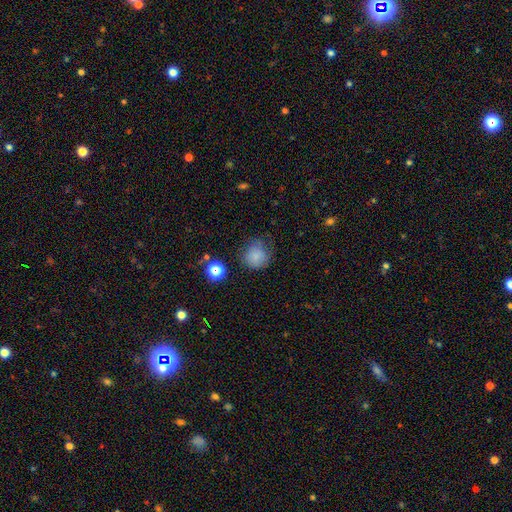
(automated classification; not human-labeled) Smooth or featured? Predicted: smooth (p=0.80). How rounded? Predicted: round (p=0.87). Merging? Predicted: none (p=0.64).